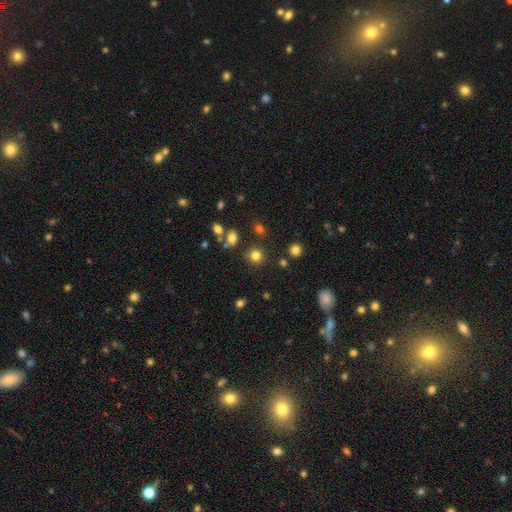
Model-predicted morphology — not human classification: type=smooth (79%); roundness=round (90%); merging=none (83%).